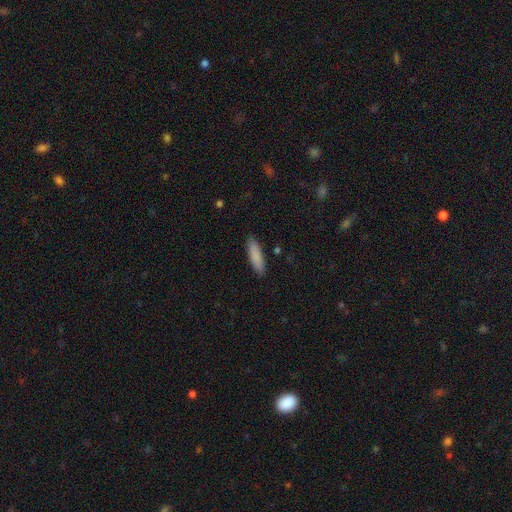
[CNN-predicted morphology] smooth 87%, featured or disk 7%, star or artifact 6%. Down the decision tree: how rounded — cigar-shaped (60%); merging — none (88%).